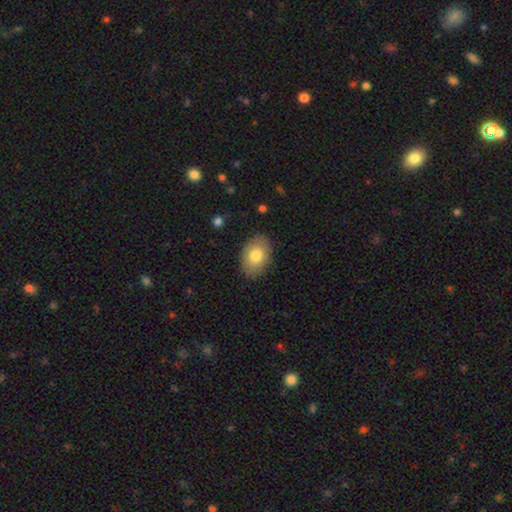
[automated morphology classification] Smooth or featured?
  - smooth: 80% *
  - featured or disk: 14%
  - star or artifact: 6%
How rounded?
  - in between: 85% *
  - round: 14%
  - cigar-shaped: 1%
Merging?
  - none: 85% *
  - minor disturbance: 11%
  - major disturbance: 3%
  - merger: 1%